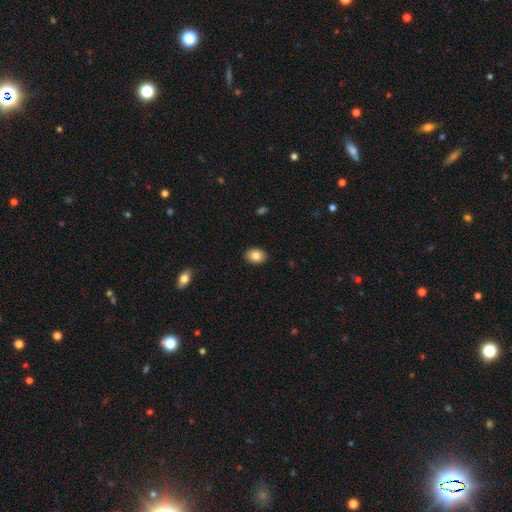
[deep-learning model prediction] smooth-or-featured: smooth: 84% | star or artifact: 8% | featured or disk: 8%
  how-rounded: in between: 70% | round: 29% | cigar-shaped: 1%
  merging: none: 90% | minor disturbance: 7% | major disturbance: 2% | merger: 1%